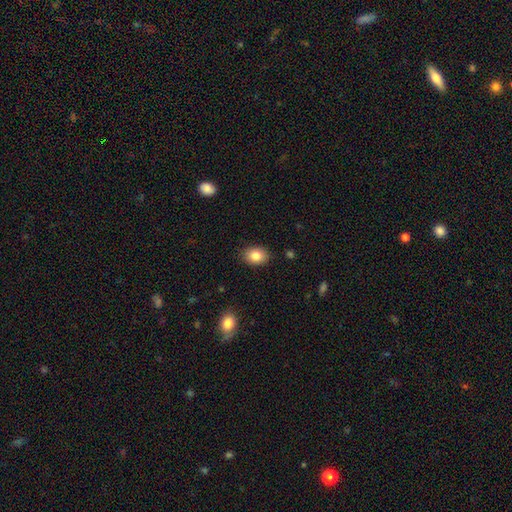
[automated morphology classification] Overall: smooth (84%). How rounded: in between (67%; round 32%). Merging: none (88%).